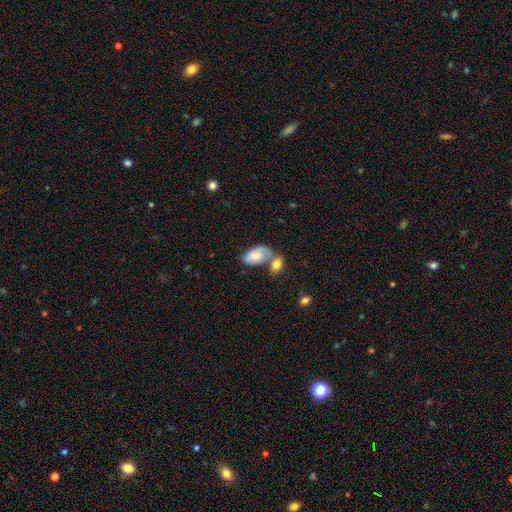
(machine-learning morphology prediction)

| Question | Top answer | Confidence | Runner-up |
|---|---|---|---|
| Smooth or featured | smooth | 57% | featured or disk (36%) |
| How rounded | in between | 92% | round (6%) |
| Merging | merger | 45% | none (27%) |